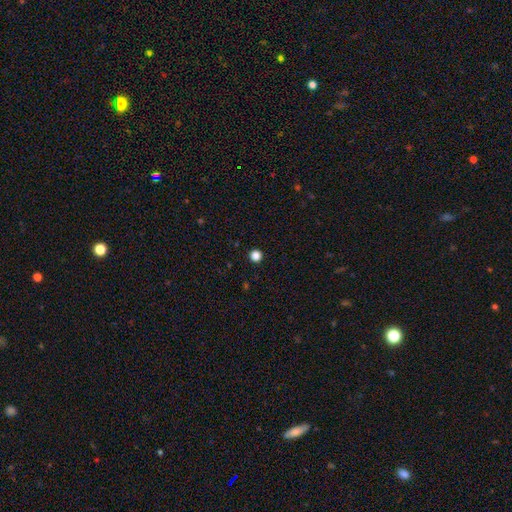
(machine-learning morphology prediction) Q: Smooth or featured?
A: smooth (84%); runner-up: star or artifact (14%)
Q: How rounded?
A: round (95%); runner-up: in between (4%)
Q: Merging?
A: none (94%); runner-up: minor disturbance (4%)